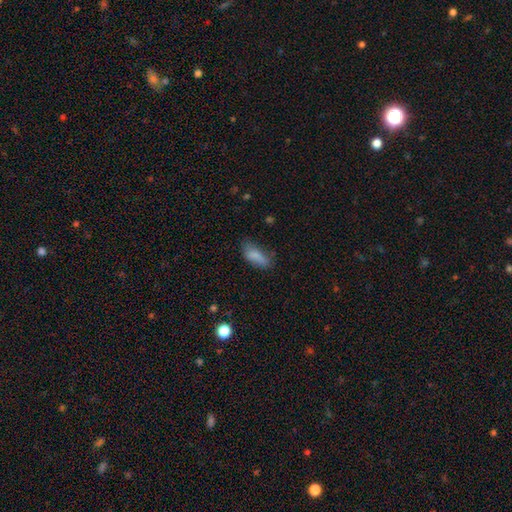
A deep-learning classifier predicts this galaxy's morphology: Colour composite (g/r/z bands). It shows a smooth galaxy with no disk features (81%) that is in between round and cigar-shaped (81%). Merging: none (51%).